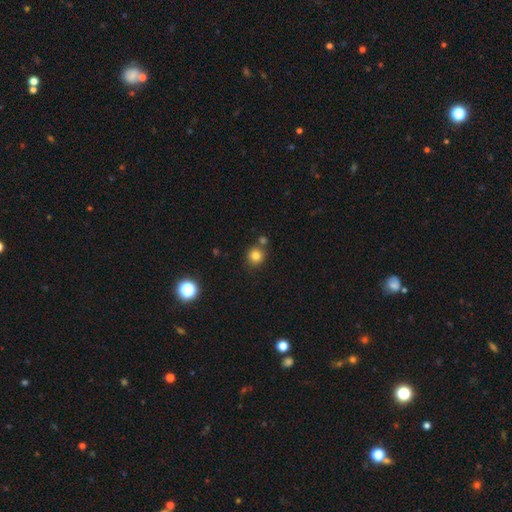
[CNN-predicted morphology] Smooth or featured? smooth (81%)
How rounded? round (90%)
Merging? none (72%)